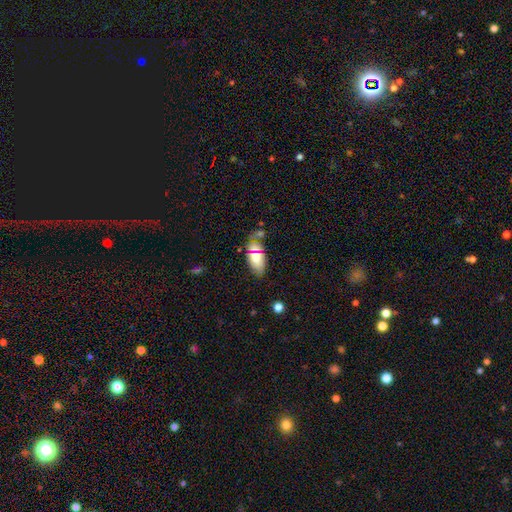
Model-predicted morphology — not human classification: type=smooth (72%); roundness=in between (90%); merging=none (66%).